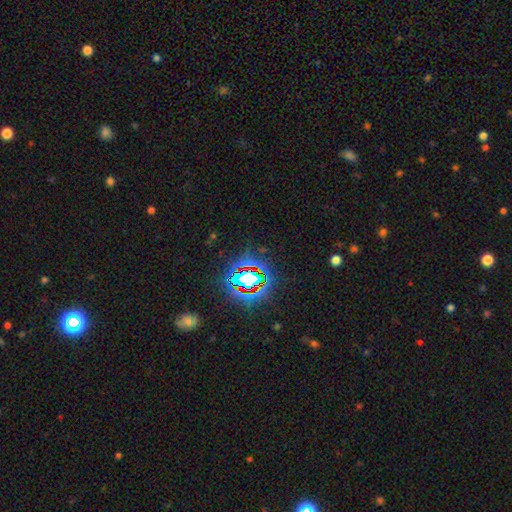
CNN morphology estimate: type=star or artifact (80%).